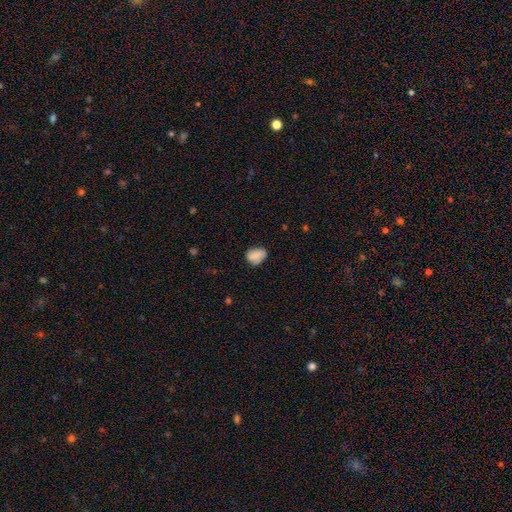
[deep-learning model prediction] Morphology: type=smooth (80%); roundness=in between (65%); merging=none (67%).